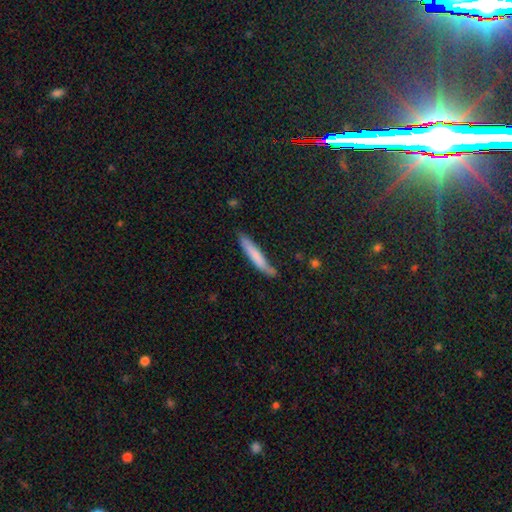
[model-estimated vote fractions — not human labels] Smooth or featured? smooth (71%)
How rounded? cigar-shaped (92%)
Merging? none (73%)